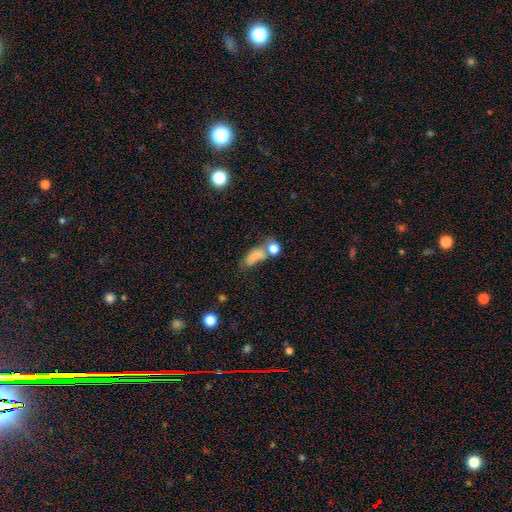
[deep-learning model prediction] smooth 71%, featured or disk 15%, star or artifact 13%. Down the decision tree: how rounded — in between (73%); merging — merger (34%).